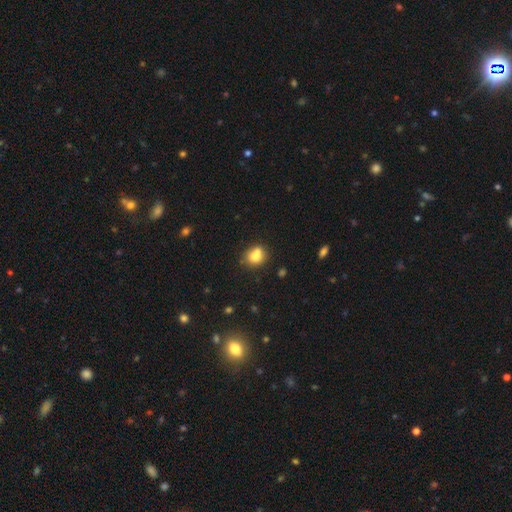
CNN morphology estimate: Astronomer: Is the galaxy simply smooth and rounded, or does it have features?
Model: smooth — 74%.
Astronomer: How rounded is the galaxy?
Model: round — 63%.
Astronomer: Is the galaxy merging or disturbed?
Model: none — 47% (runner-up: merger, 34%).